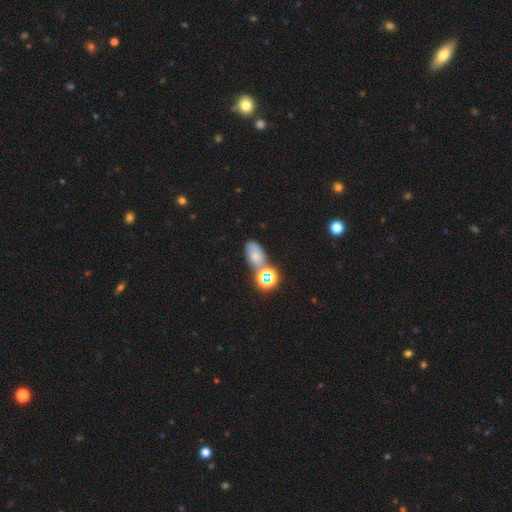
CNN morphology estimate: smooth 54%, star or artifact 29%, featured or disk 17%. Down the decision tree: how rounded — in between (82%); merging — none (56%).